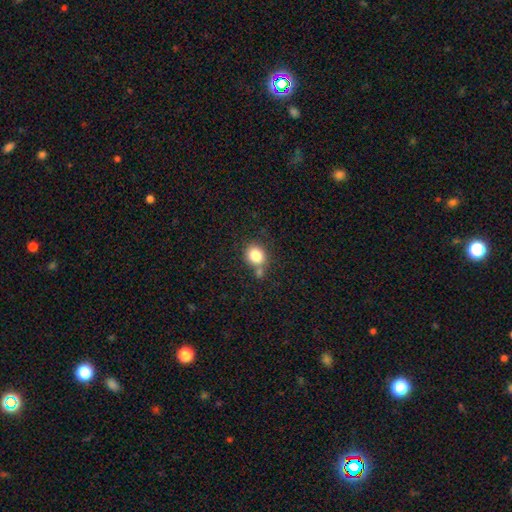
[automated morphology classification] smooth_or_featured: smooth (p=0.83) [alt: star or artifact p=0.10]
how_rounded: round (p=0.75) [alt: in between p=0.24]
merging: none (p=0.65) [alt: merger p=0.17]